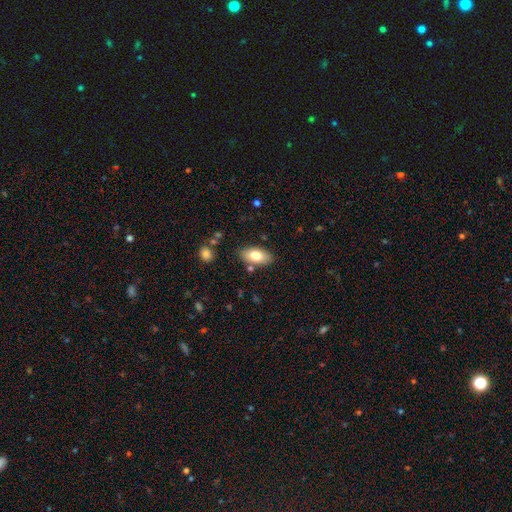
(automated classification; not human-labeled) This appears to be a smooth galaxy with no disk features (77%) that is in between round and cigar-shaped (93%). Merging: none (82%).